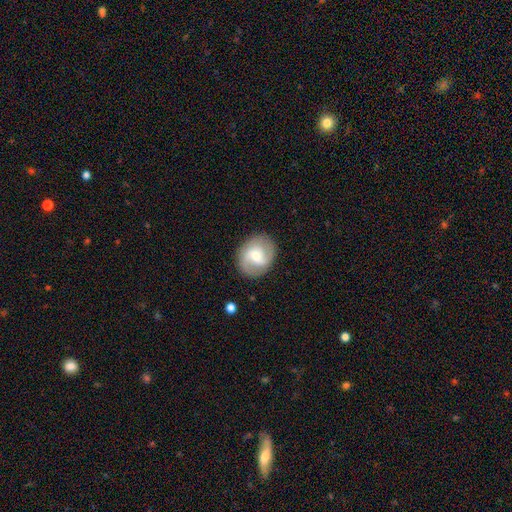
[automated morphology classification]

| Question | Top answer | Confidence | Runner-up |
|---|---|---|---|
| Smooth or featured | featured or disk | 70% | smooth (24%) |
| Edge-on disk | no | 97% | yes (3%) |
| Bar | weak | 49% | no (39%) |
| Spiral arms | yes | 91% | no (9%) |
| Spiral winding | medium | 47% | loose (29%) |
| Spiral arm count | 2 | 81% | can't tell (8%) |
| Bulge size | moderate | 51% | small (42%) |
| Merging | none | 83% | minor disturbance (11%) |